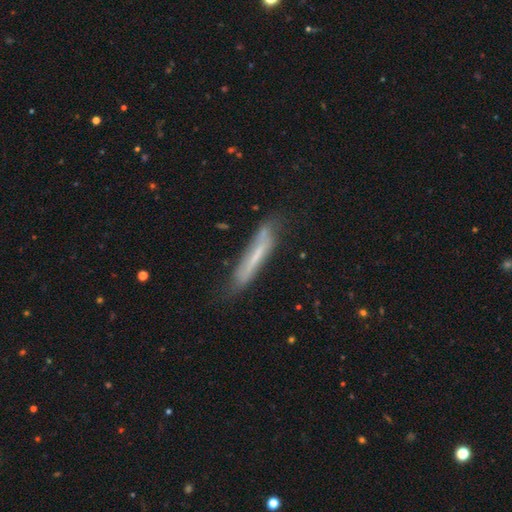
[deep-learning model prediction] Smooth or featured: featured or disk — 47% (smooth — 45%)
Merging: none — 69% (minor disturbance — 22%)